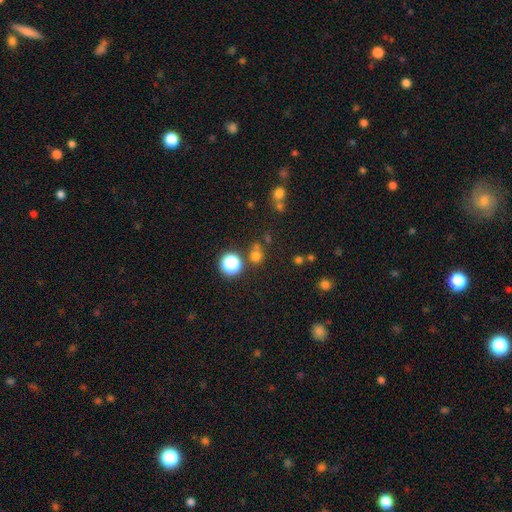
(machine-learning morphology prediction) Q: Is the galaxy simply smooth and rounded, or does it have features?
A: smooth — 65%.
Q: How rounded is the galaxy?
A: round — 86%.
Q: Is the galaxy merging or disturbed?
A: none — 70%.